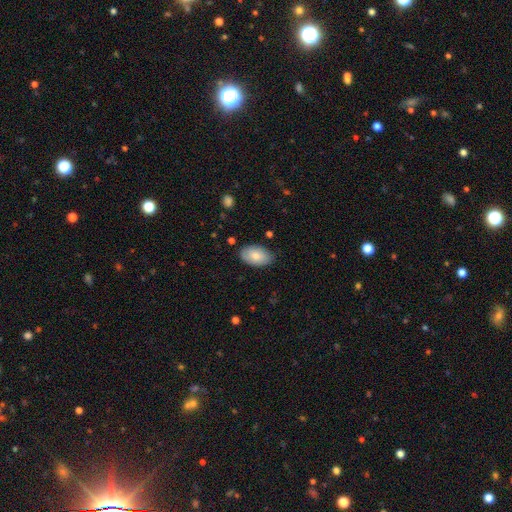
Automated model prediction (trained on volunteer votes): smooth-or-featured: smooth: 80% | featured or disk: 14% | star or artifact: 6%
  how-rounded: in between: 93% | round: 6% | cigar-shaped: 1%
  merging: none: 80% | minor disturbance: 16% | major disturbance: 3% | merger: 1%